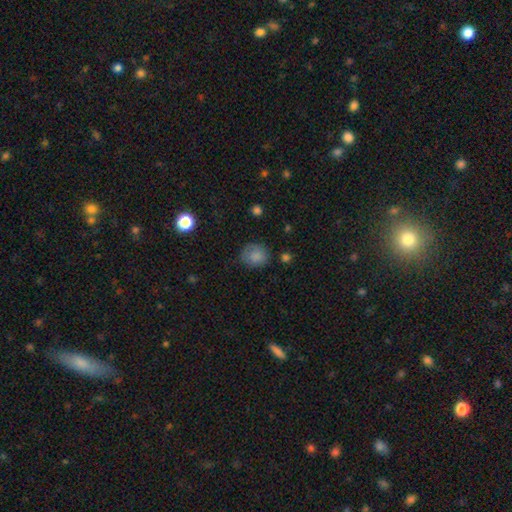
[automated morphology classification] This is clearly a smooth galaxy (81%). How rounded: likely round (66%). Merging: likely none (70%).